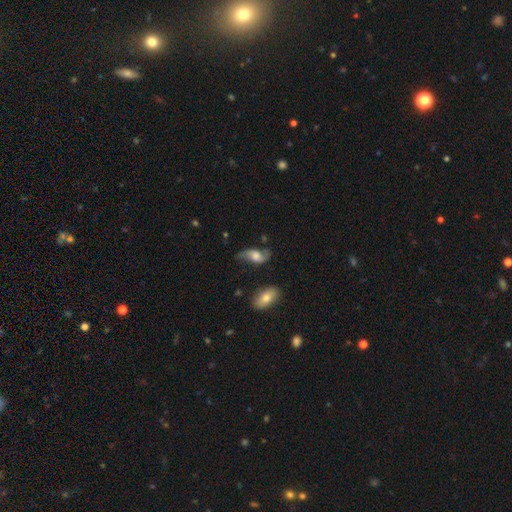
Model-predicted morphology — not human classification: This is likely a featured or disk galaxy (63%). It is clearly not viewed edge-on (92%). Bar: possibly no (58%). Spiral arm pattern: clearly yes (91%). Spiral arm count: clearly 2 (88%). Spiral winding: likely loose (72%). Central bulge: marginally moderate (43%). Merging: possibly none (58%).